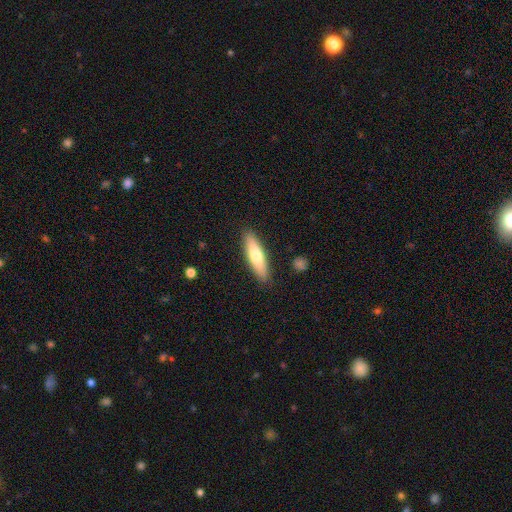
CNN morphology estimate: This is likely a smooth galaxy (67%). How rounded: likely cigar-shaped (72%). Merging: clearly none (89%).